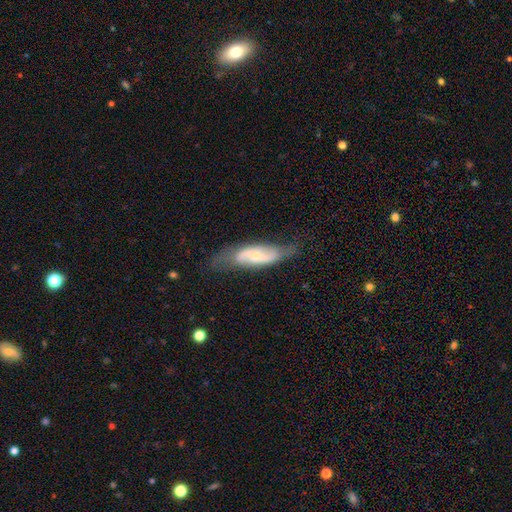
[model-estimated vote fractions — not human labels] smooth_or_featured: featured or disk (p=0.66) [alt: smooth p=0.28]
disk_edge_on: no (p=0.85) [alt: yes p=0.15]
bar: no (p=0.41) [alt: weak p=0.40]
has_spiral_arms: yes (p=0.86) [alt: no p=0.14]
bulge_size: small (p=0.57) [alt: moderate p=0.32]
merging: none (p=0.60) [alt: minor disturbance p=0.27]